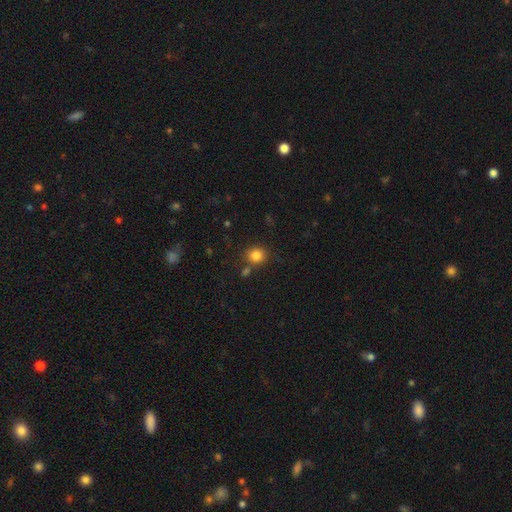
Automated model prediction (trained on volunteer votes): This is clearly a smooth galaxy (83%). How rounded: clearly round (83%). Merging: likely none (76%).